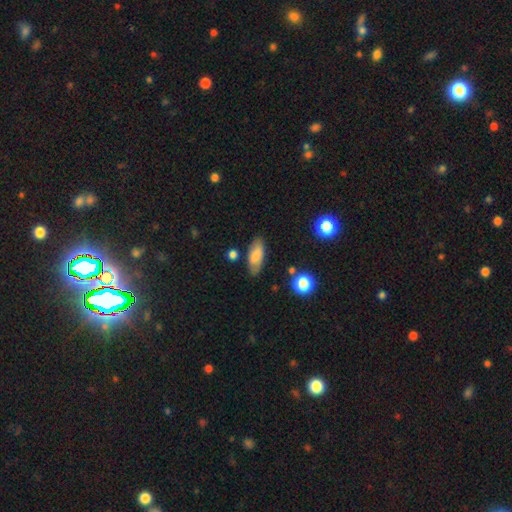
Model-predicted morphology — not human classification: Q: Smooth or featured?
A: smooth (75%); runner-up: featured or disk (17%)
Q: How rounded?
A: in between (82%); runner-up: cigar-shaped (16%)
Q: Merging?
A: none (80%); runner-up: minor disturbance (15%)